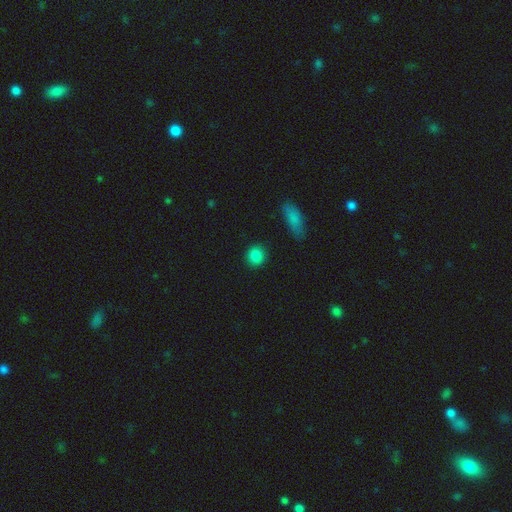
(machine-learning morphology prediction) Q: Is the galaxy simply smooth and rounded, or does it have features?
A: smooth — 87%.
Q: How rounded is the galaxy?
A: round — 85%.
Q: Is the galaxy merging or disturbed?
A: none — 91%.